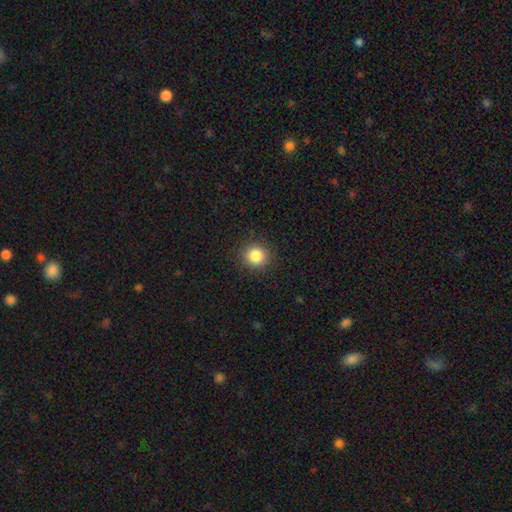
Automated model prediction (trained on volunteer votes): A smooth galaxy with no disk features (84%) that is round (90%). Merging: none (91%).